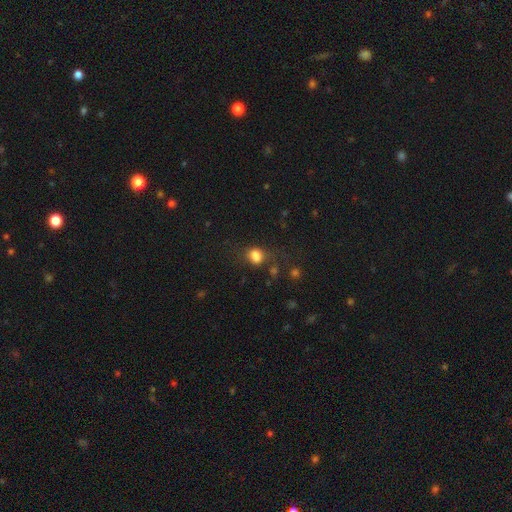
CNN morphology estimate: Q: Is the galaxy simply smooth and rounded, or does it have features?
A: smooth — 79%.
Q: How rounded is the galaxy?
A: in between — 53%.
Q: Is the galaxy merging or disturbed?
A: none — 50%.